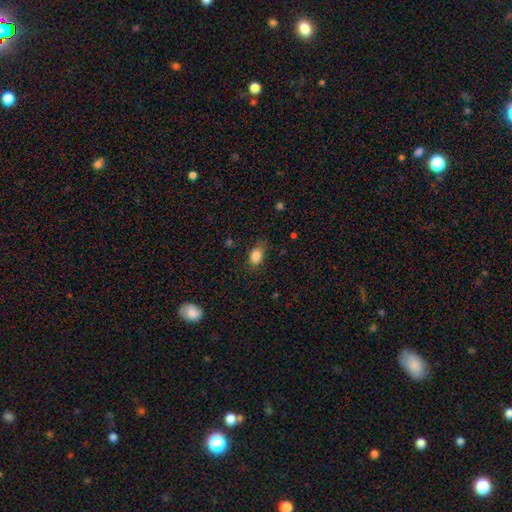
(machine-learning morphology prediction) Q: Smooth or featured?
A: smooth (84%); runner-up: star or artifact (9%)
Q: How rounded?
A: in between (81%); runner-up: round (17%)
Q: Merging?
A: none (73%); runner-up: minor disturbance (21%)